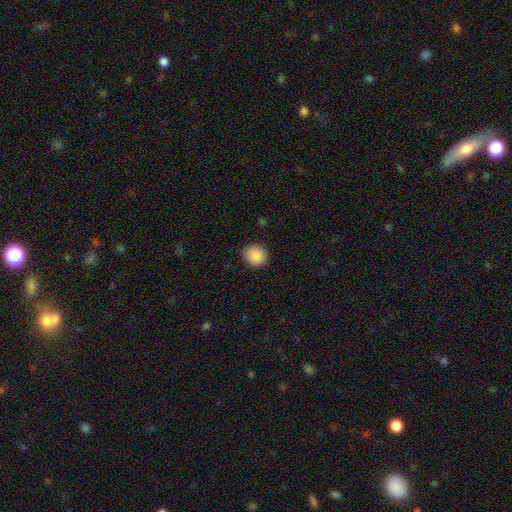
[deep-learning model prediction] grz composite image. It shows a smooth galaxy with no disk features (88%) that is round (86%). Merging: none (86%).